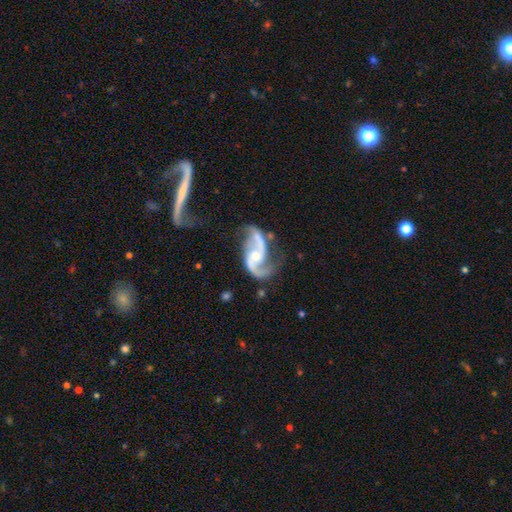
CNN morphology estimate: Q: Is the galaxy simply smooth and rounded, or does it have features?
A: featured or disk — 92%.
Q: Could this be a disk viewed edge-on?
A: no — 98%.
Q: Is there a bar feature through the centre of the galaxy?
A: no — 47%.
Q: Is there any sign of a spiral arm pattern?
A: yes — 98%.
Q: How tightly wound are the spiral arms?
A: loose — 53%.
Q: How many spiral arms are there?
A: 2 — 93%.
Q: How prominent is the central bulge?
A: small — 46%.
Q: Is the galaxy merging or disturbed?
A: none — 63%.